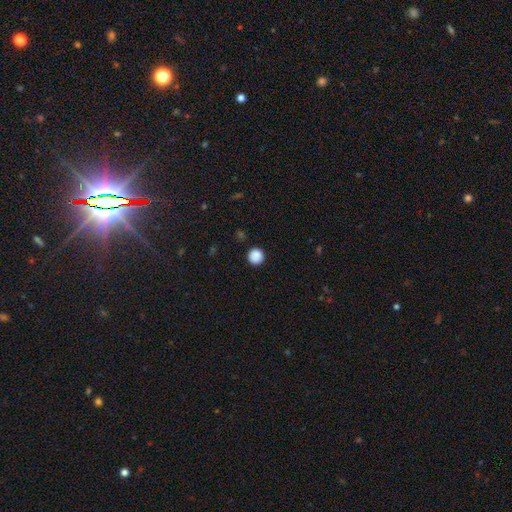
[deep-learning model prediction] Morphology: type=smooth (88%); roundness=round (95%); merging=none (91%).